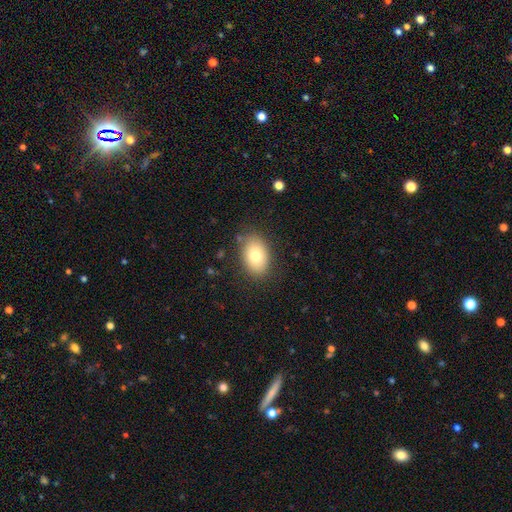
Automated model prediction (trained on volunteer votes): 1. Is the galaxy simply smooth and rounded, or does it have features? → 78% smooth, 14% featured or disk, 8% star or artifact.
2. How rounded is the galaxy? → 84% in between, 15% round, 1% cigar-shaped.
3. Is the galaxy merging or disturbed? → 83% none, 12% minor disturbance, 3% major disturbance, 1% merger.